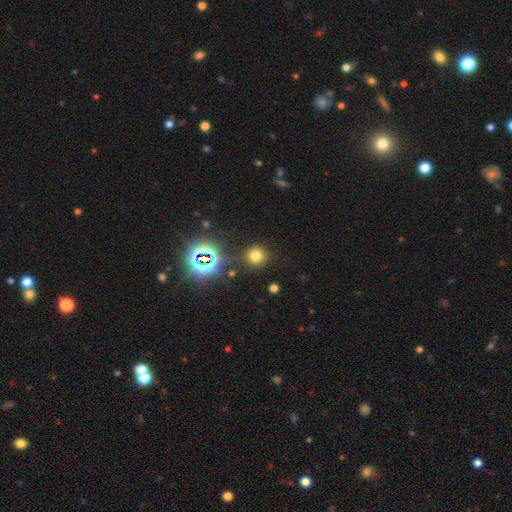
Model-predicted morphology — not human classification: This is likely a smooth galaxy (68%). How rounded: clearly round (90%). Merging: clearly none (86%).